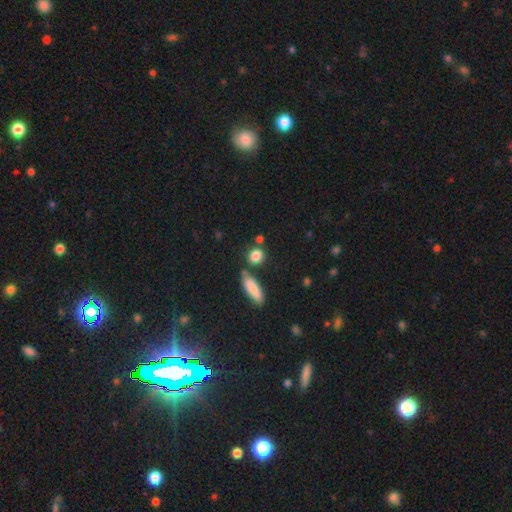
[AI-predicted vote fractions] Smooth or featured?
  - smooth: 84% *
  - star or artifact: 10%
  - featured or disk: 7%
How rounded?
  - round: 59% *
  - in between: 34%
  - cigar-shaped: 8%
Merging?
  - none: 71% *
  - merger: 14%
  - minor disturbance: 12%
  - major disturbance: 4%